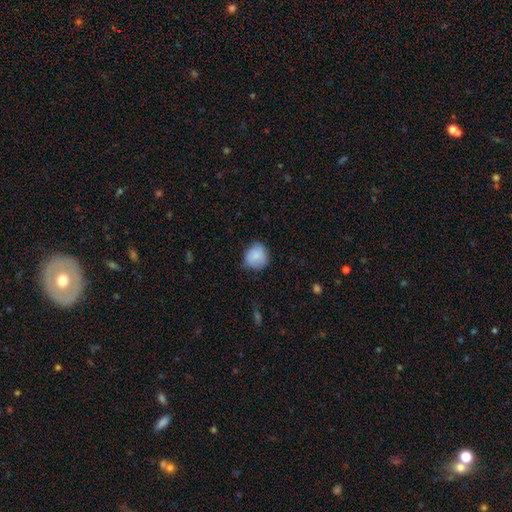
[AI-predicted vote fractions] Morphology: type=smooth (82%); roundness=round (84%); merging=none (68%).